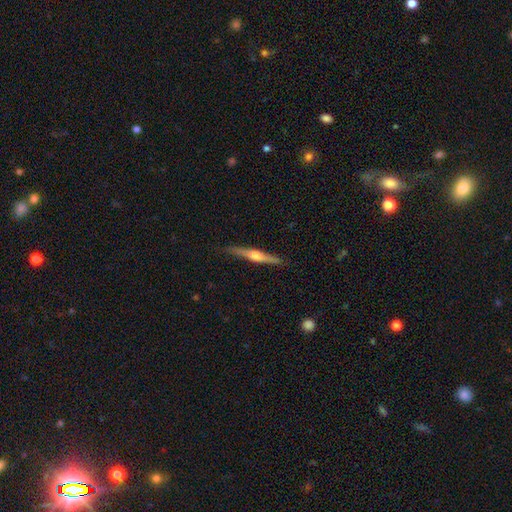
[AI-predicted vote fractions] Smooth or featured? featured or disk (67%)
Edge-on disk? yes (97%)
Edge-on bulge? rounded (87%)
Merging? none (85%)